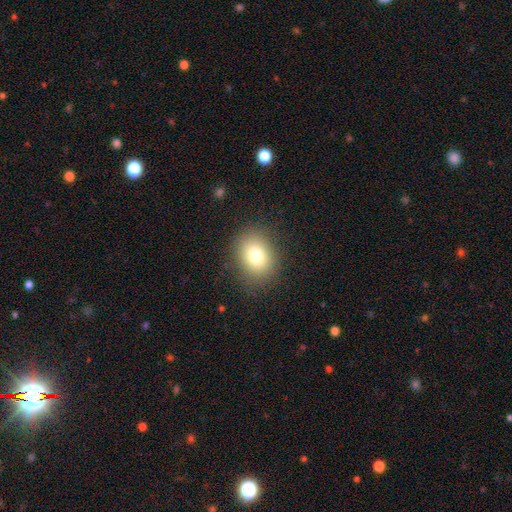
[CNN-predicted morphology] This appears to be a smooth galaxy with no disk features (78%) that is in between round and cigar-shaped (50%). Merging: none (85%).